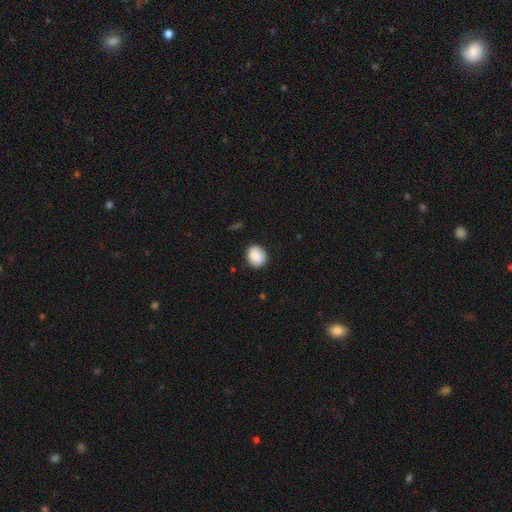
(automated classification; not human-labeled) Q: Smooth or featured?
A: smooth (86%); runner-up: star or artifact (7%)
Q: How rounded?
A: round (63%); runner-up: in between (36%)
Q: Merging?
A: none (85%); runner-up: minor disturbance (12%)